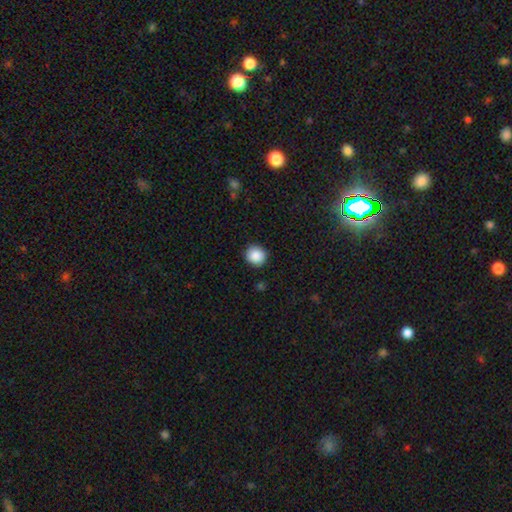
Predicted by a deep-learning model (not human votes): Q: Smooth or featured?
A: smooth (88%); runner-up: star or artifact (8%)
Q: How rounded?
A: round (88%); runner-up: in between (11%)
Q: Merging?
A: none (90%); runner-up: minor disturbance (7%)